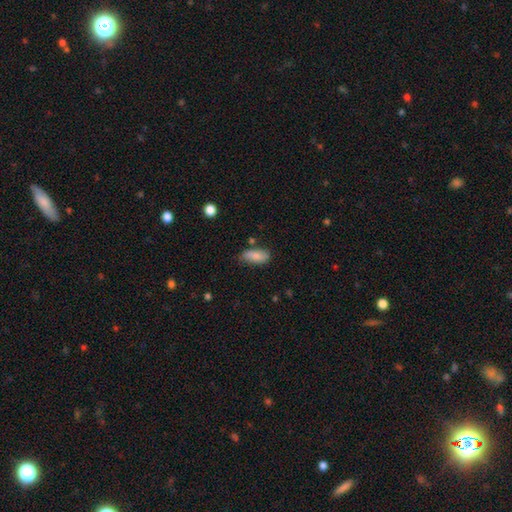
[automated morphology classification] smooth 82%, featured or disk 11%, star or artifact 7%. Down the decision tree: how rounded — in between (84%); merging — none (68%).